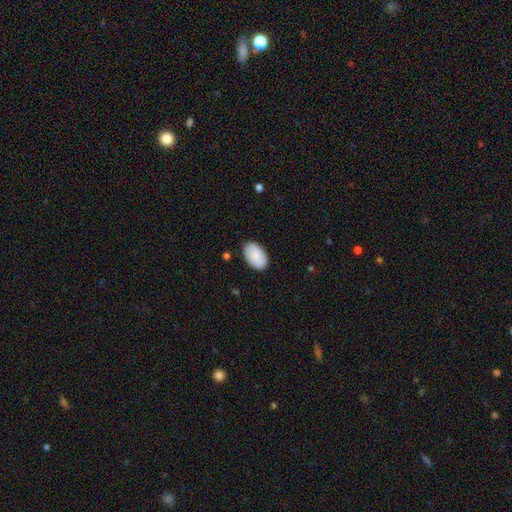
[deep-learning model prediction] smooth-or-featured: smooth: 84% | featured or disk: 10% | star or artifact: 6%
  how-rounded: in between: 93% | round: 6% | cigar-shaped: 1%
  merging: none: 86% | minor disturbance: 10% | major disturbance: 2% | merger: 1%